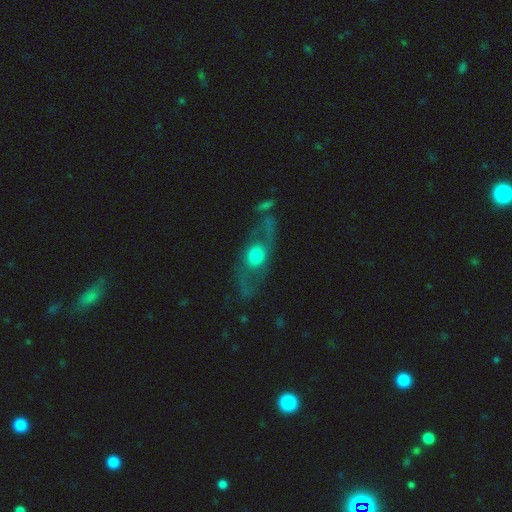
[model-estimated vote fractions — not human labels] smooth-or-featured: featured or disk: 70% | smooth: 24% | star or artifact: 7%
  disk-edge-on: no: 81% | yes: 19%
    bar: no: 79% | weak: 16% | strong: 5%
    has-spiral-arms: yes: 62% | no: 38%
    bulge-size: moderate: 41% | large: 40% | small: 11% | dominant: 5% | none: 2%
  merging: none: 63% | major disturbance: 17% | minor disturbance: 16% | merger: 4%